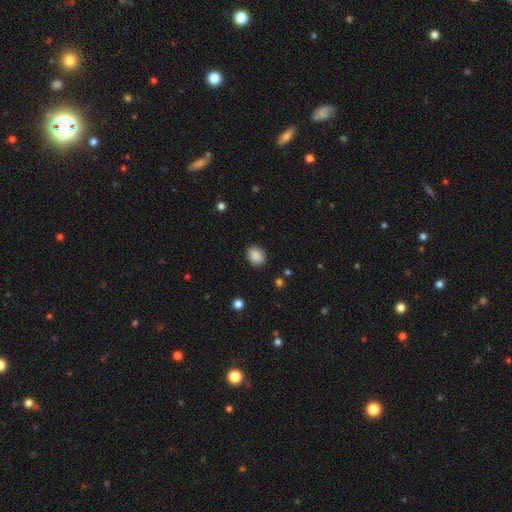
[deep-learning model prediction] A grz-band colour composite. It shows a smooth galaxy with no disk features (88%) that is round (63%). Merging: none (88%).